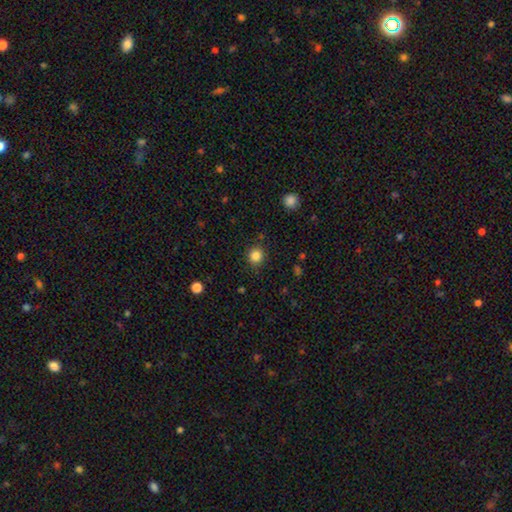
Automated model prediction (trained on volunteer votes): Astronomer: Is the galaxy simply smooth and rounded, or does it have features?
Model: smooth — 84%.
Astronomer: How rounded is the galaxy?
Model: round — 90%.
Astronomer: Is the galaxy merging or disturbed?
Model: none — 89%.